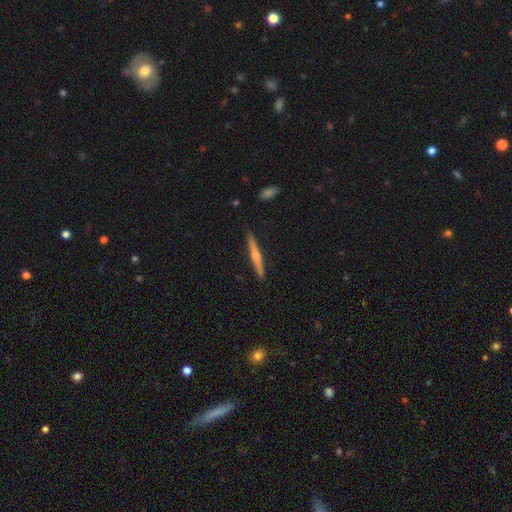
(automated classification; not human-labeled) smooth_or_featured: featured or disk (p=0.60) [alt: smooth p=0.34]
disk_edge_on: yes (p=0.98) [alt: no p=0.02]
edge_on_bulge: rounded (p=0.78) [alt: none p=0.17]
merging: none (p=0.91) [alt: minor disturbance p=0.06]